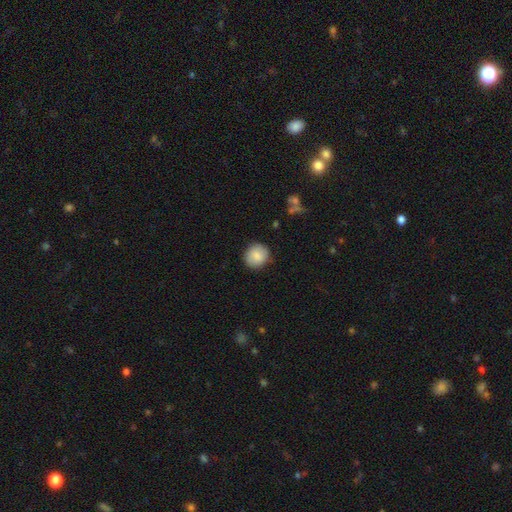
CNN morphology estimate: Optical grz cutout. It shows a smooth galaxy with no disk features (84%) that is round (86%). Merging: none (87%).